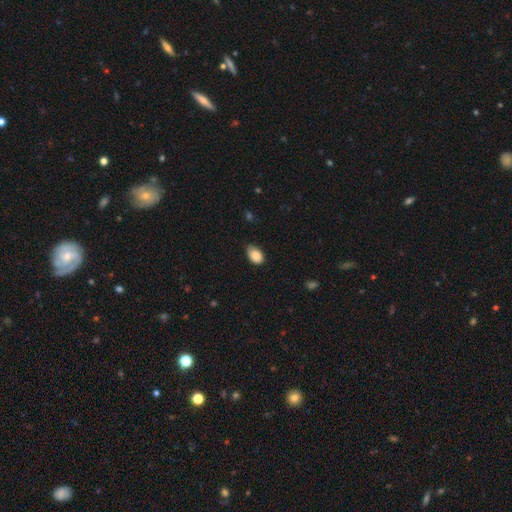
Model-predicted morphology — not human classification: Smooth or featured? Predicted: smooth (p=0.87). How rounded? Predicted: in between (p=0.87). Merging? Predicted: none (p=0.65).